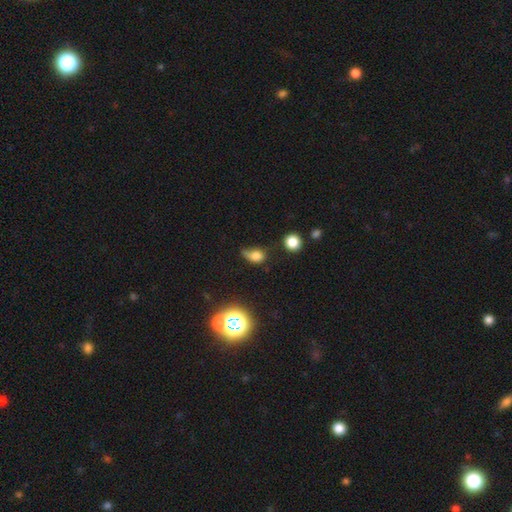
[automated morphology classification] This appears to be a smooth galaxy with no disk features (69%) that is in between round and cigar-shaped (65%). Merging: minor disturbance (37%).